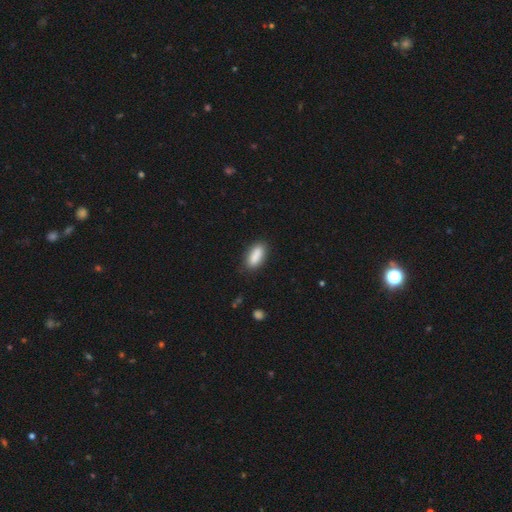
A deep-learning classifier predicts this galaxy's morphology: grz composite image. It shows a smooth galaxy with no disk features (87%) that is in between round and cigar-shaped (78%). Merging: none (82%).